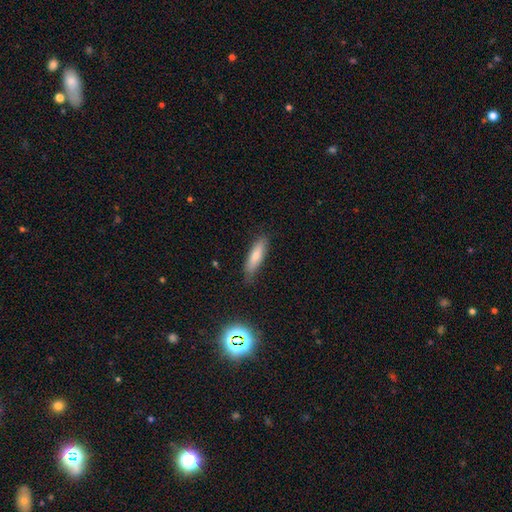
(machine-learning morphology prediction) smooth_or_featured: smooth (p=0.76) [alt: featured or disk p=0.17]
how_rounded: cigar-shaped (p=0.65) [alt: in between p=0.34]
merging: none (p=0.80) [alt: minor disturbance p=0.15]